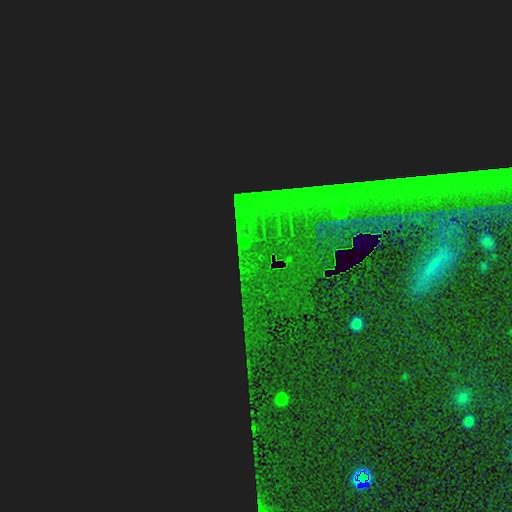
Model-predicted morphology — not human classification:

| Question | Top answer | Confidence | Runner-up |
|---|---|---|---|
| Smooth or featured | star or artifact | 82% | featured or disk (9%) |